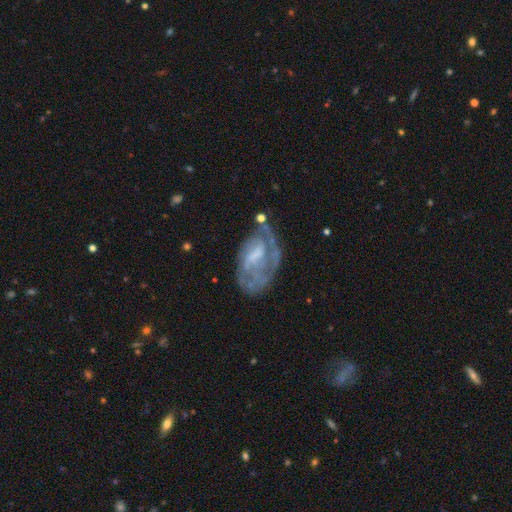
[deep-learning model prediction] A featured or disk galaxy (73%) with a weak bar (43%), tight (47%) spiral arms (73%) and no central bulge (34%).

Vote fractions:
- Smooth or featured? featured or disk: 73% / smooth: 20% / star or artifact: 7%
- Edge-on disk? no: 95% / yes: 5%
- Bar? weak: 43% / no: 41% / strong: 16%
- Spiral arms? yes: 73% / no: 27%
- Spiral winding? tight: 47% / medium: 36% / loose: 18%
- Spiral arm count? can't tell: 35% / 1: 31% / 2: 22% / 3: 8% / 4: 3% / more than 4: 2%
- Bulge size? none: 34% / moderate: 30% / small: 27% / large: 7% / dominant: 1%
- Merging? none: 47% / minor disturbance: 25% / major disturbance: 23% / merger: 5%